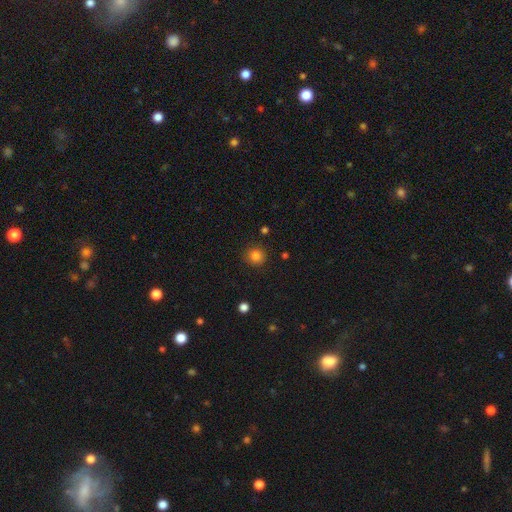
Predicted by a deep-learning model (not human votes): smooth_or_featured: smooth (p=0.83) [alt: star or artifact p=0.12]
how_rounded: round (p=0.93) [alt: in between p=0.06]
merging: none (p=0.89) [alt: minor disturbance p=0.07]